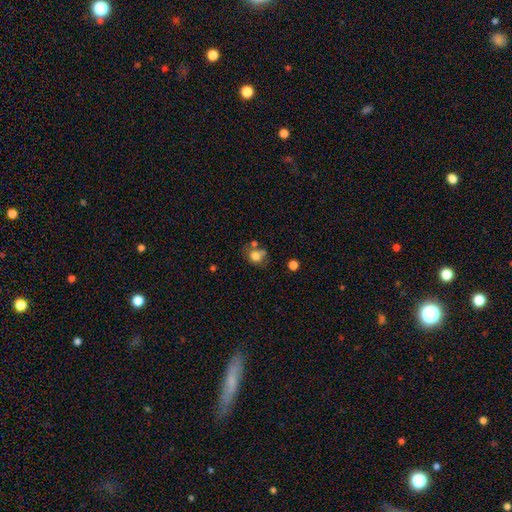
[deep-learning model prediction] Q: Smooth or featured?
A: smooth (74%); runner-up: featured or disk (15%)
Q: How rounded?
A: round (60%); runner-up: in between (39%)
Q: Merging?
A: none (44%); runner-up: minor disturbance (23%)